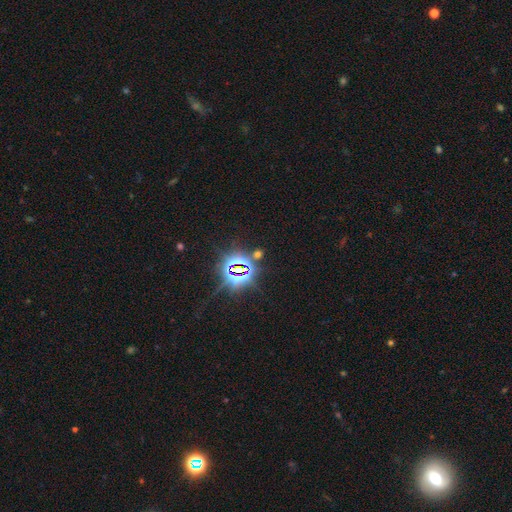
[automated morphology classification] The model was most divided on "smooth or featured": star or artifact: 83%, smooth: 10%, featured or disk: 7%.